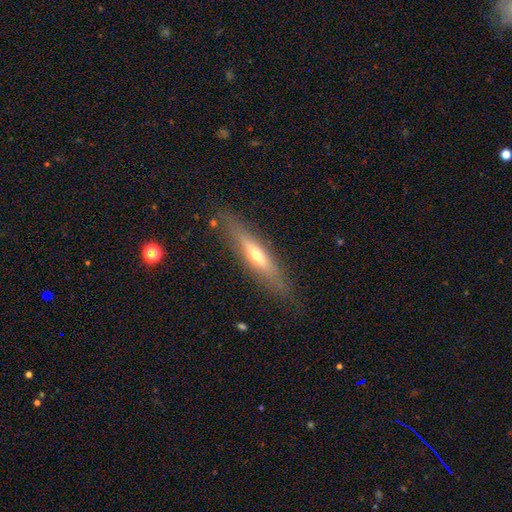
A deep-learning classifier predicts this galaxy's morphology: Smooth or featured? featured or disk (58%)
Edge-on disk? yes (86%)
Edge-on bulge? rounded (81%)
Merging? none (84%)